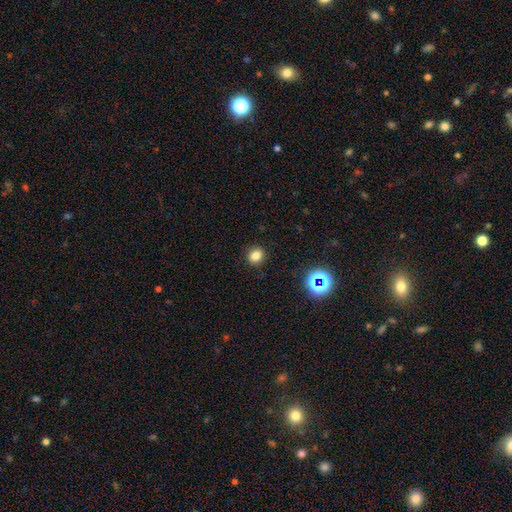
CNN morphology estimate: Smooth or featured? smooth (80%)
How rounded? round (75%)
Merging? none (90%)